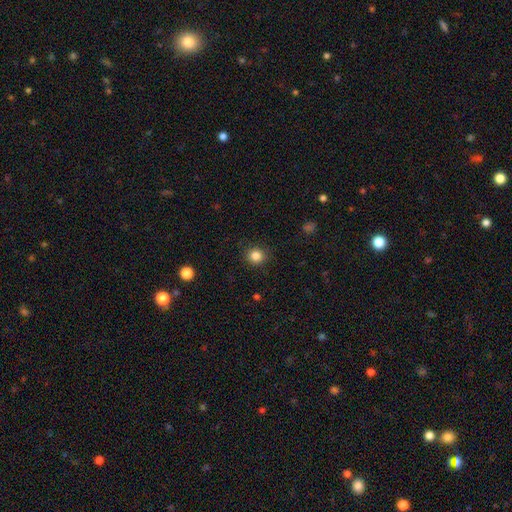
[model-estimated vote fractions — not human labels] Smooth or featured?
  - smooth: 85% *
  - star or artifact: 11%
  - featured or disk: 4%
How rounded?
  - round: 91% *
  - in between: 8%
  - cigar-shaped: 1%
Merging?
  - none: 90% *
  - minor disturbance: 7%
  - major disturbance: 2%
  - merger: 1%